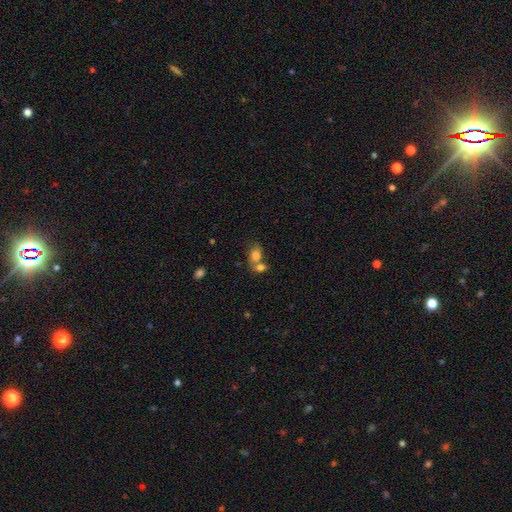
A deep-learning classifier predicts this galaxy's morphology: Smooth or featured? smooth (78%)
How rounded? in between (74%)
Merging? merger (51%)